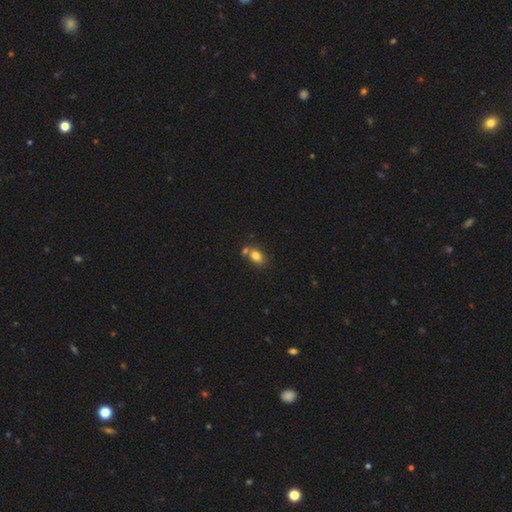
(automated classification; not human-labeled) Smooth or featured? Predicted: smooth (p=0.80). How rounded? Predicted: in between (p=0.74). Merging? Predicted: none (p=0.52).